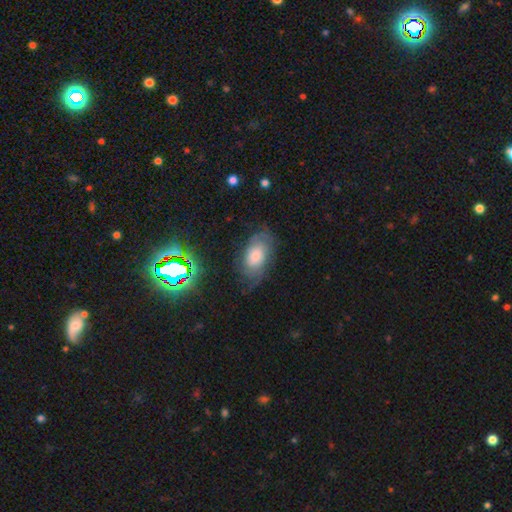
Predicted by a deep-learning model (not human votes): featured or disk 48%, smooth 37%, star or artifact 15%. Down the decision tree: merging — none (68%).